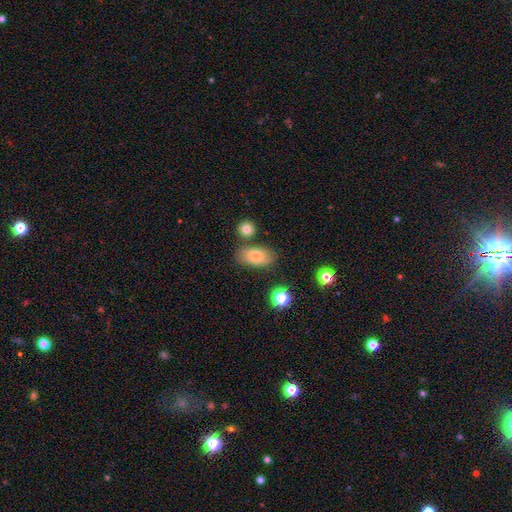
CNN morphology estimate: Smooth or featured? Predicted: smooth (p=0.75). How rounded? Predicted: in between (p=0.89). Merging? Predicted: none (p=0.73).